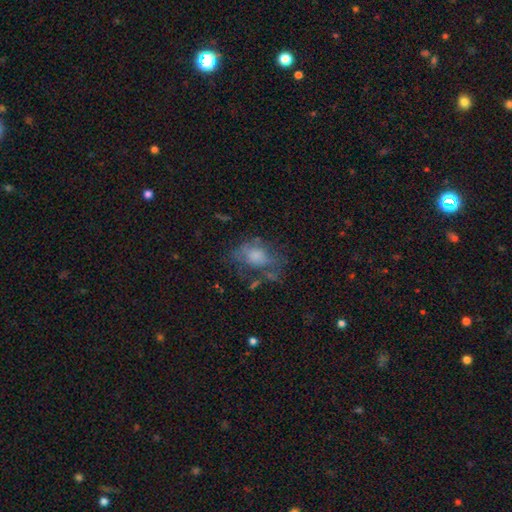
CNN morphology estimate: A smooth galaxy with no disk features (52%) that is in between round and cigar-shaped (72%).

Vote fractions:
- Smooth or featured? smooth: 52% / featured or disk: 35% / star or artifact: 12%
- How rounded? in between: 72% / round: 26% / cigar-shaped: 2%
- Merging? none: 40% / major disturbance: 29% / minor disturbance: 25% / merger: 6%